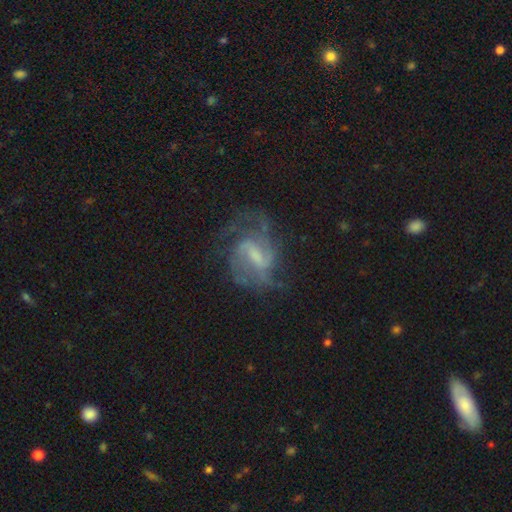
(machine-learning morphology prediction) smooth_or_featured: featured or disk (p=0.83) [alt: smooth p=0.10]
disk_edge_on: no (p=0.97) [alt: yes p=0.03]
bar: weak (p=0.54) [alt: strong p=0.29]
has_spiral_arms: yes (p=0.93) [alt: no p=0.07]
spiral_winding: medium (p=0.52) [alt: tight p=0.27]
spiral_arm_count: 2 (p=0.51) [alt: can't tell p=0.18]
bulge_size: small (p=0.36) [alt: moderate p=0.32]
merging: none (p=0.58) [alt: major disturbance p=0.21]